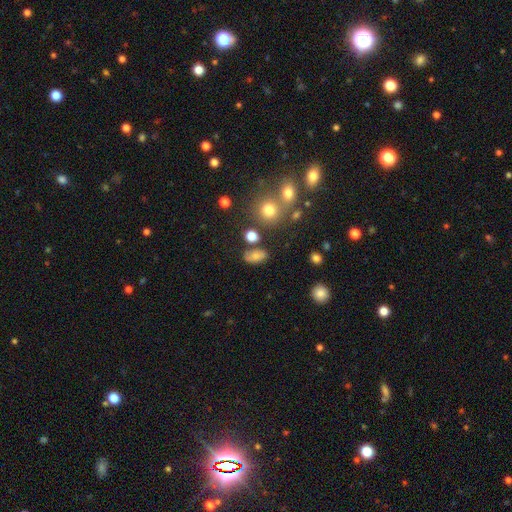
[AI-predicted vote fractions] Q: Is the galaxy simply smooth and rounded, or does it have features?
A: smooth — 70%.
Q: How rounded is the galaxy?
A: in between — 83%.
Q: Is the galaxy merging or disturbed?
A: none — 71%.